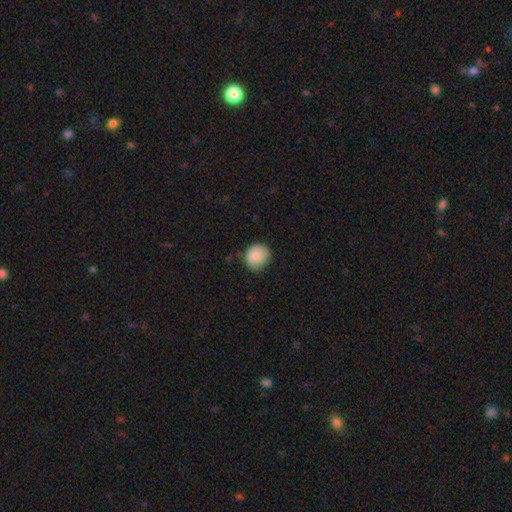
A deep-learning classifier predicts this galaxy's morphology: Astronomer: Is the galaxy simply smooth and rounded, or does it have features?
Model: smooth — 87%.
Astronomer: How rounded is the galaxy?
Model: round — 81%.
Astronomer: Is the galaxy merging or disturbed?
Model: none — 70%.